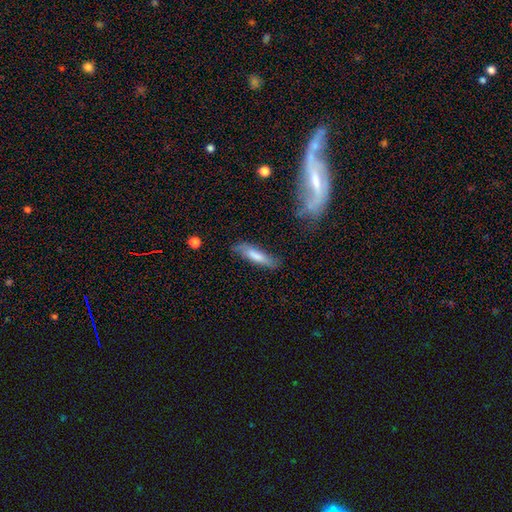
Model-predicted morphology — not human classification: smooth-or-featured: smooth: 65% | featured or disk: 28% | star or artifact: 7%
  how-rounded: cigar-shaped: 77% | in between: 21% | round: 2%
  merging: none: 70% | minor disturbance: 21% | major disturbance: 6% | merger: 3%